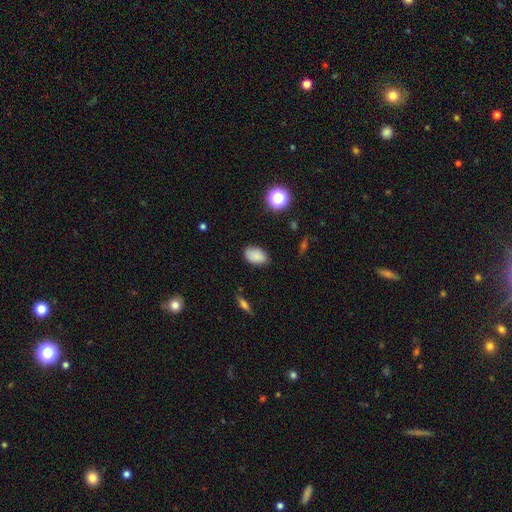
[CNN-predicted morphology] A smooth galaxy with no disk features (84%) that is in between round and cigar-shaped (89%). Merging: none (80%).